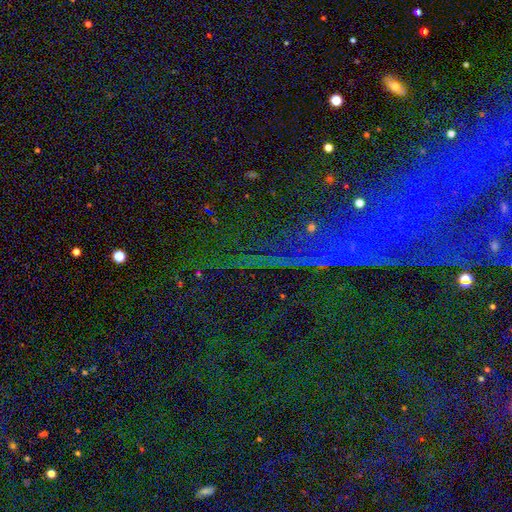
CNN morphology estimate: Smooth or featured?
  - star or artifact: 81% *
  - featured or disk: 10%
  - smooth: 9%